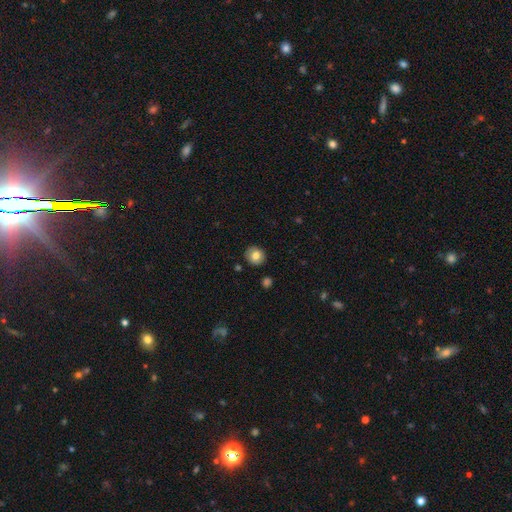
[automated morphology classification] The model was most divided on "smooth or featured": smooth: 77%, featured or disk: 14%, star or artifact: 9%. More confident: merging — none (89%); how rounded — round (85%).